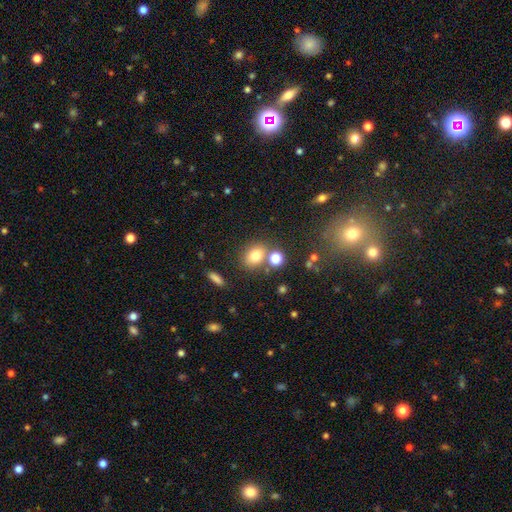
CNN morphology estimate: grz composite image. It shows a smooth galaxy with no disk features (76%) that is in between round and cigar-shaped (49%, tied with round). Merging: none (65%).